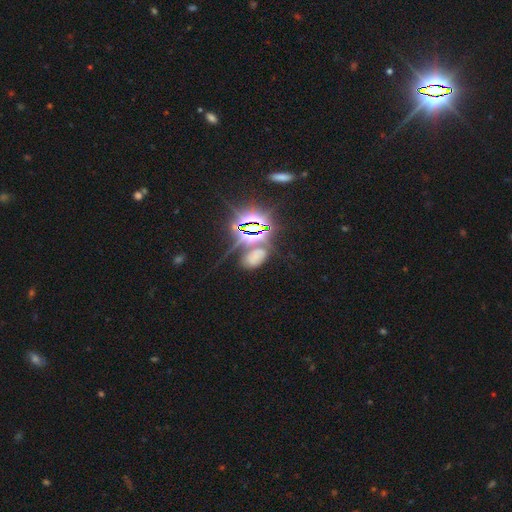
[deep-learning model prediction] A star or artifact, not a galaxy (51%).

Vote fractions:
- Smooth or featured? star or artifact: 51% / smooth: 37% / featured or disk: 12%